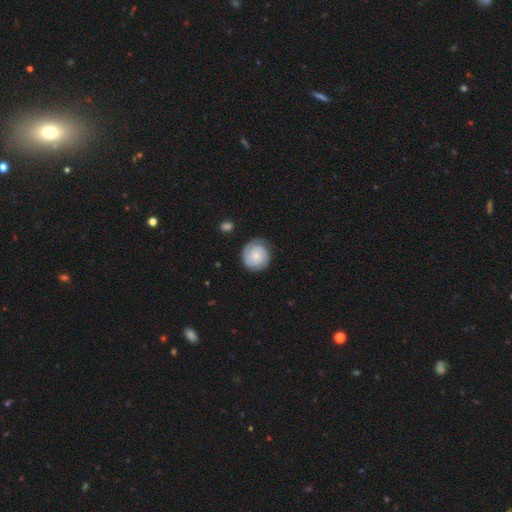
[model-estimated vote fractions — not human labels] A featured or disk galaxy (64%) with no bar (78%), 2 (49%) tight (75%) spiral arms (93%) and a small central bulge (67%). Merging: none (78%).